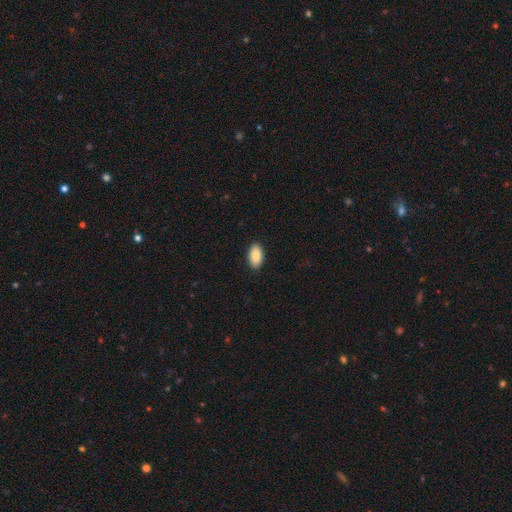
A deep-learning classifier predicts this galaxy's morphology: smooth 88%, star or artifact 7%, featured or disk 6%. Down the decision tree: how rounded — in between (95%); merging — none (90%).